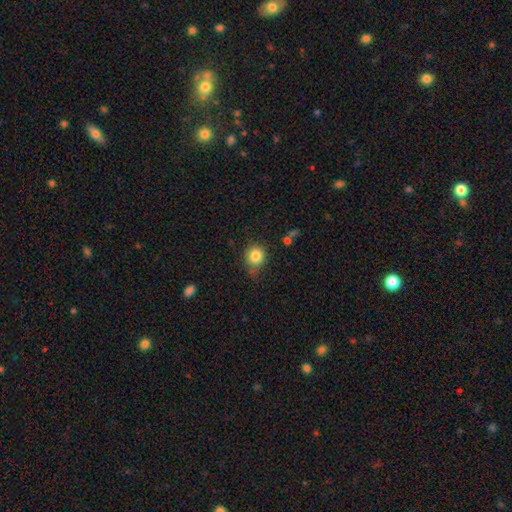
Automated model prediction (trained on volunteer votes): This is clearly a smooth galaxy (83%). How rounded: clearly round (87%). Merging: likely none (73%).